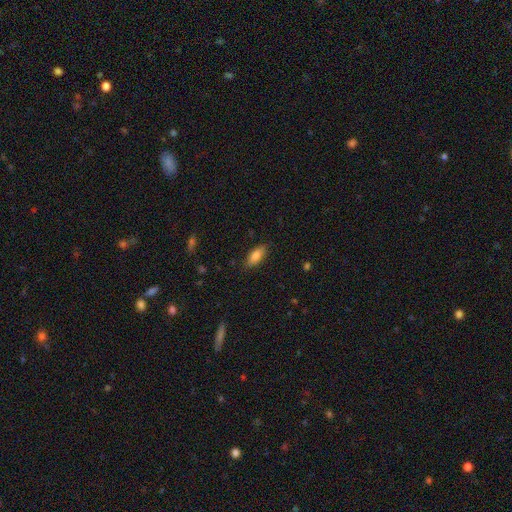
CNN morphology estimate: Smooth or featured: smooth — 82% (featured or disk — 11%)
How rounded: in between — 78% (cigar-shaped — 19%)
Merging: none — 85% (minor disturbance — 11%)